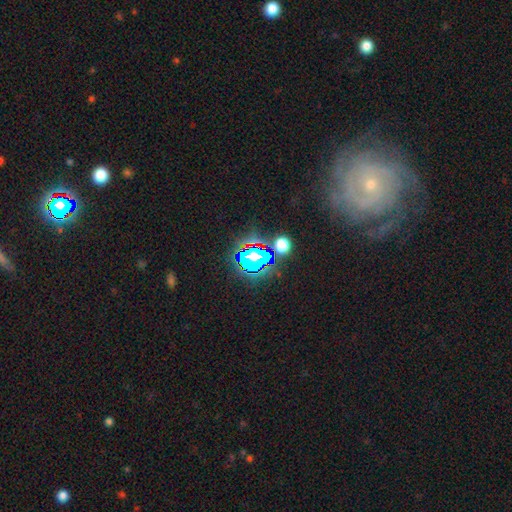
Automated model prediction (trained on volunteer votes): This appears to be a star or artifact, not a galaxy (59%).